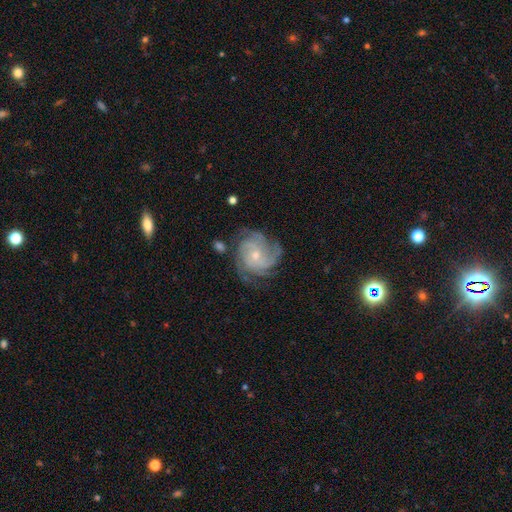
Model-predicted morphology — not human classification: Q: Smooth or featured?
A: featured or disk (87%); runner-up: smooth (7%)
Q: Edge-on disk?
A: no (98%); runner-up: yes (2%)
Q: Bar?
A: no (73%); runner-up: weak (23%)
Q: Spiral arms?
A: yes (97%); runner-up: no (3%)
Q: Spiral winding?
A: tight (62%); runner-up: medium (32%)
Q: Spiral arm count?
A: 4 (34%); runner-up: 3 (26%)
Q: Bulge size?
A: small (60%); runner-up: moderate (36%)
Q: Merging?
A: none (72%); runner-up: minor disturbance (18%)